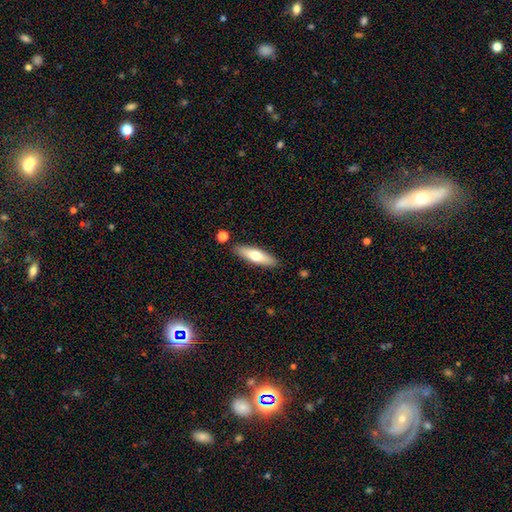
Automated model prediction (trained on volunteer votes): Q: Smooth or featured?
A: smooth (59%); runner-up: featured or disk (36%)
Q: How rounded?
A: cigar-shaped (62%); runner-up: in between (36%)
Q: Merging?
A: none (87%); runner-up: minor disturbance (8%)